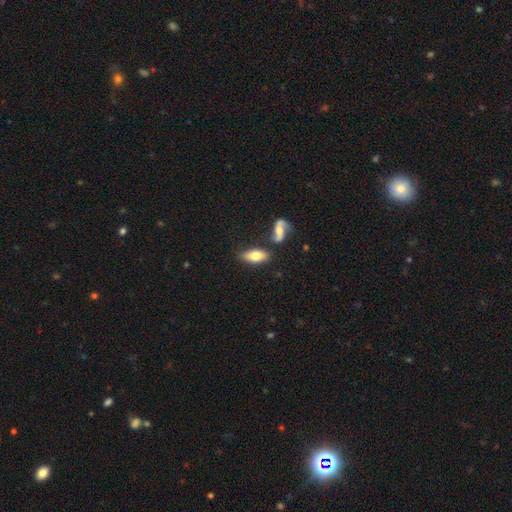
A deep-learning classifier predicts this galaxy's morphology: A smooth galaxy with no disk features (69%) that is in between round and cigar-shaped (82%). Merging: none (69%).